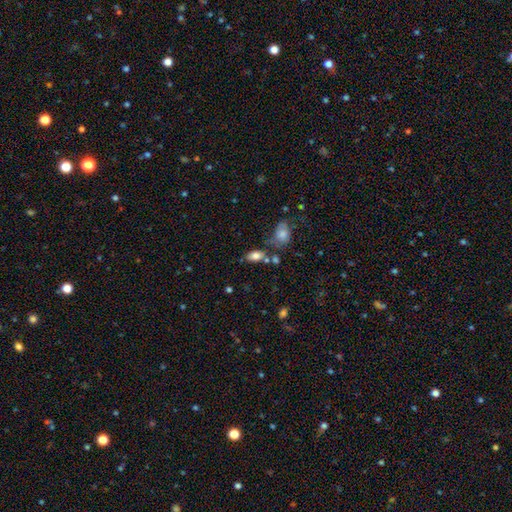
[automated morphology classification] A smooth galaxy with no disk features (79%) that is in between round and cigar-shaped (90%). Merging: none (60%).